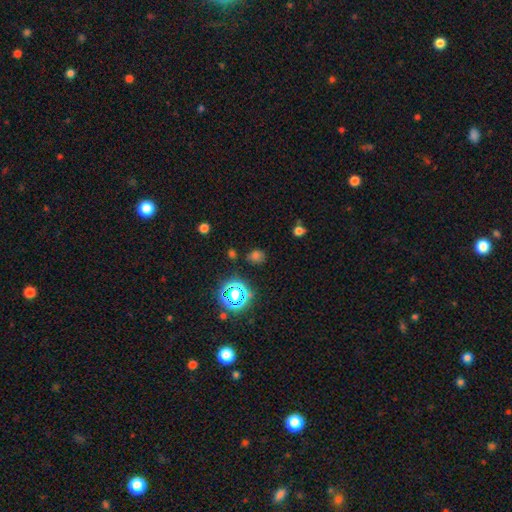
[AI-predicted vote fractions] smooth_or_featured: smooth (p=0.58) [alt: star or artifact p=0.35]
how_rounded: round (p=0.65) [alt: in between p=0.34]
merging: none (p=0.78) [alt: minor disturbance p=0.13]